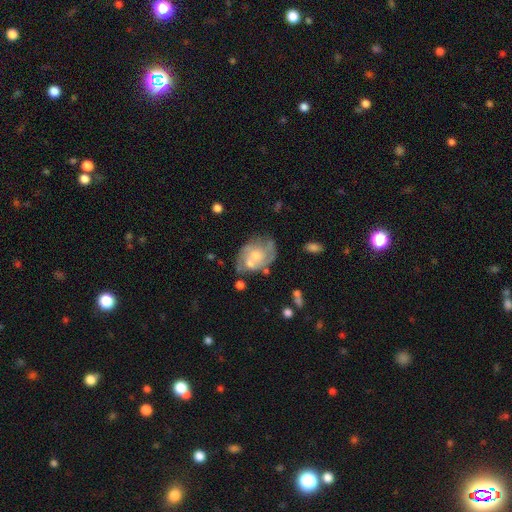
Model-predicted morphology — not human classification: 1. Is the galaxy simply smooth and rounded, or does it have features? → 69% featured or disk, 24% smooth, 7% star or artifact.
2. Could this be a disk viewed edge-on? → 97% no, 3% yes.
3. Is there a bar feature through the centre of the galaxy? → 77% no, 20% weak, 3% strong.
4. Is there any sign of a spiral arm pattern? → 77% yes, 23% no.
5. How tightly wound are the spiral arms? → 42% medium, 41% tight, 17% loose.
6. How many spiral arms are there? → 41% 2, 32% can't tell, 15% 3, 5% 1, 4% 4, 3% more than 4.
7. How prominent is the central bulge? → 49% moderate, 34% small, 8% large, 8% none, 2% dominant.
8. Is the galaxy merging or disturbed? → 50% none, 24% minor disturbance, 14% merger, 13% major disturbance.